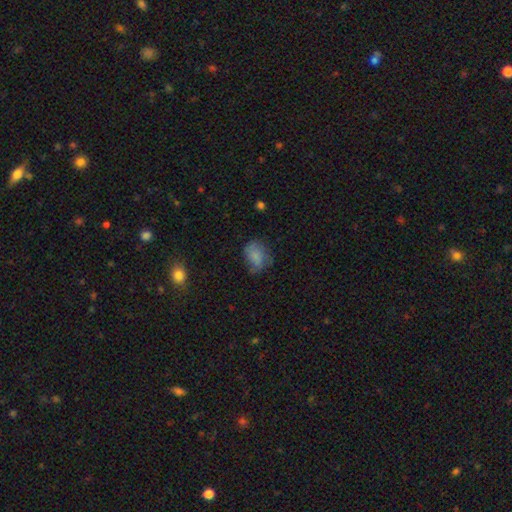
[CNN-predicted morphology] This appears to be a smooth galaxy with no disk features (69%) that is in between round and cigar-shaped (61%). Merging: none (53%).